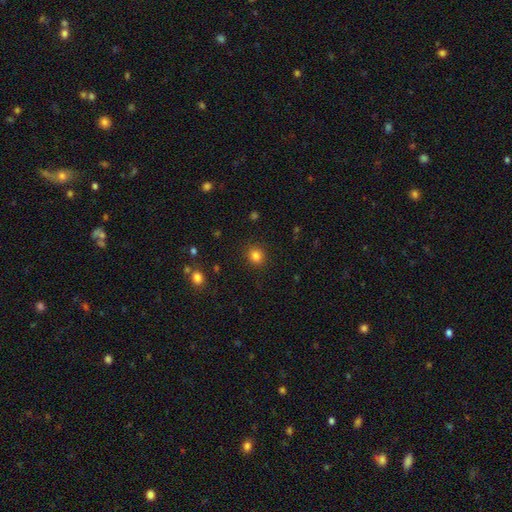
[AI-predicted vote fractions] Q: Smooth or featured?
A: smooth (83%); runner-up: star or artifact (13%)
Q: How rounded?
A: round (83%); runner-up: in between (16%)
Q: Merging?
A: none (89%); runner-up: minor disturbance (7%)